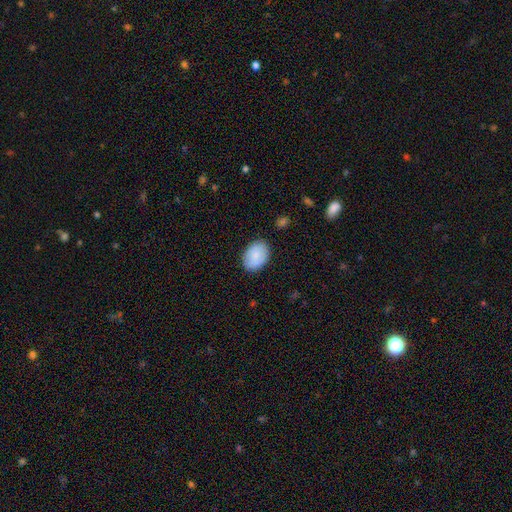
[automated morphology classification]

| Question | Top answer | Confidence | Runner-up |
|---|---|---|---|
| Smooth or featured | smooth | 84% | featured or disk (10%) |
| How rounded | in between | 84% | round (15%) |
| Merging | none | 83% | minor disturbance (13%) |